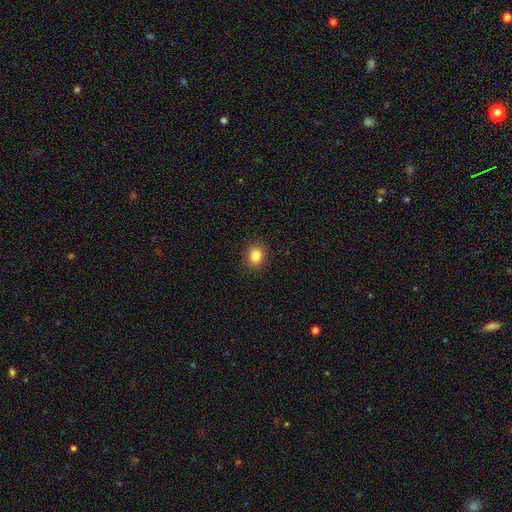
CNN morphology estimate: Smooth or featured: smooth — 84% (star or artifact — 11%)
How rounded: round — 62% (in between — 37%)
Merging: none — 89% (minor disturbance — 8%)